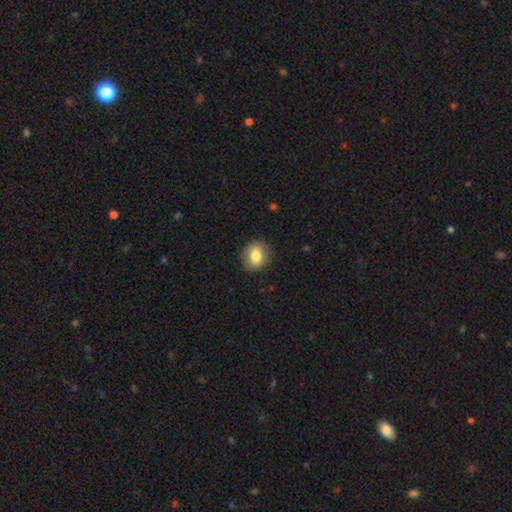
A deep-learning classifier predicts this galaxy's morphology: Smooth or featured? Predicted: smooth (p=0.79). How rounded? Predicted: round (p=0.60). Merging? Predicted: none (p=0.88).